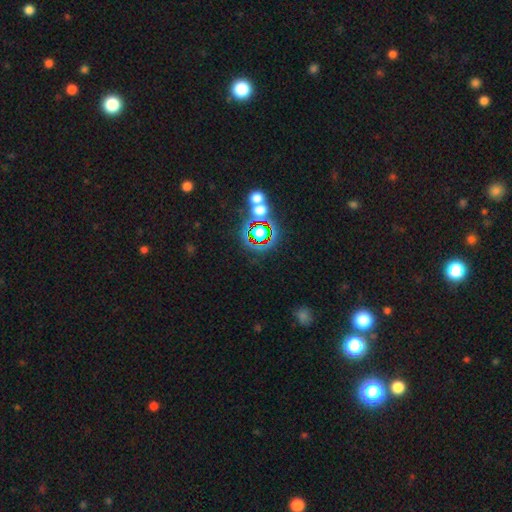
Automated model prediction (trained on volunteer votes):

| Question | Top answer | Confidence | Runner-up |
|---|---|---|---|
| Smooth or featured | star or artifact | 70% | smooth (19%) |